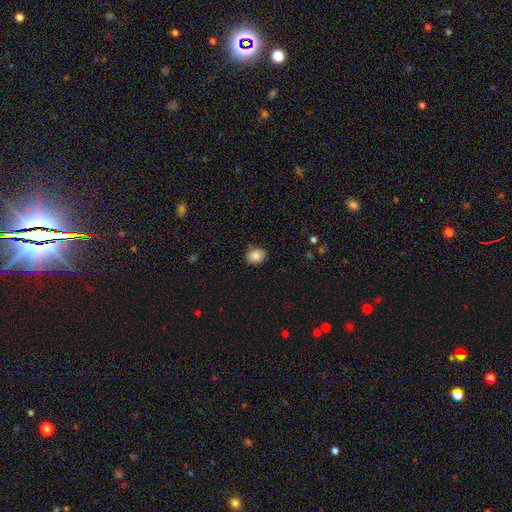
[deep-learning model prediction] This appears to be a smooth galaxy with no disk features (86%) that is round (53%). Merging: none (85%).